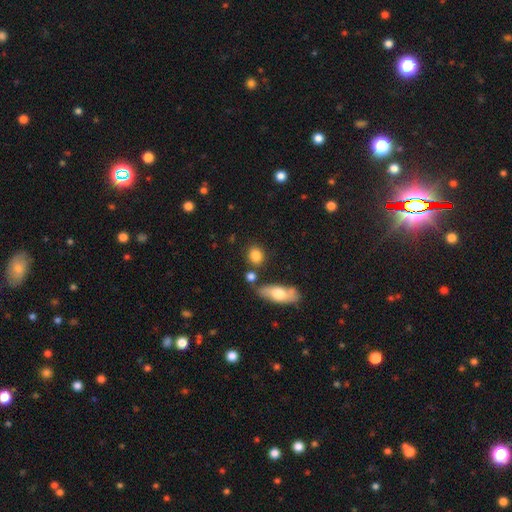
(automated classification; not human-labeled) Smooth or featured: smooth — 83% (star or artifact — 9%)
How rounded: round — 52% (in between — 44%)
Merging: none — 73% (minor disturbance — 12%)